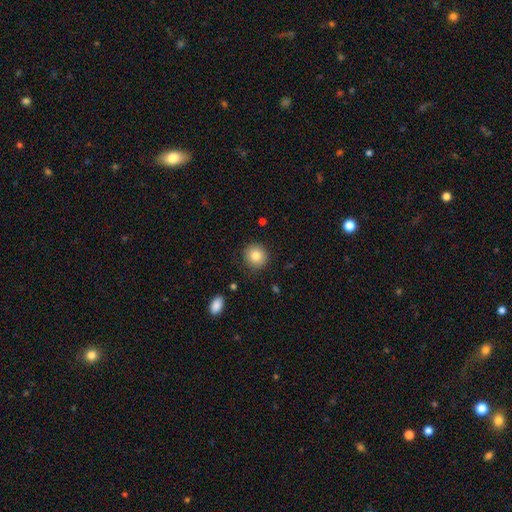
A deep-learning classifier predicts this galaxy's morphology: Overall: smooth (82%). How rounded: round (91%). Merging: none (88%).